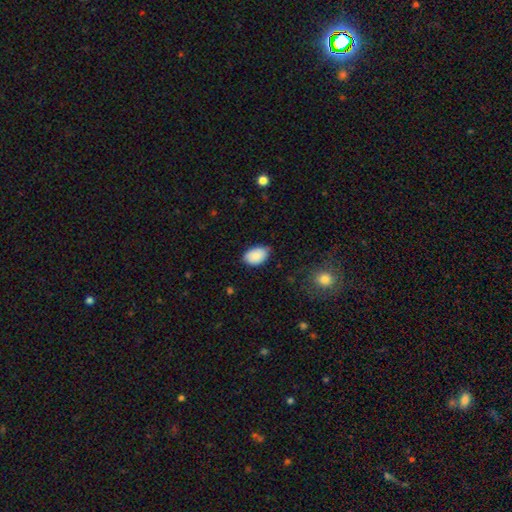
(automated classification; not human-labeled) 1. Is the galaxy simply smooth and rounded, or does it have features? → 89% smooth, 7% star or artifact, 4% featured or disk.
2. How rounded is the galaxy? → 88% in between, 11% round, 1% cigar-shaped.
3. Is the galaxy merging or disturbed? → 73% none, 22% minor disturbance, 3% major disturbance, 1% merger.